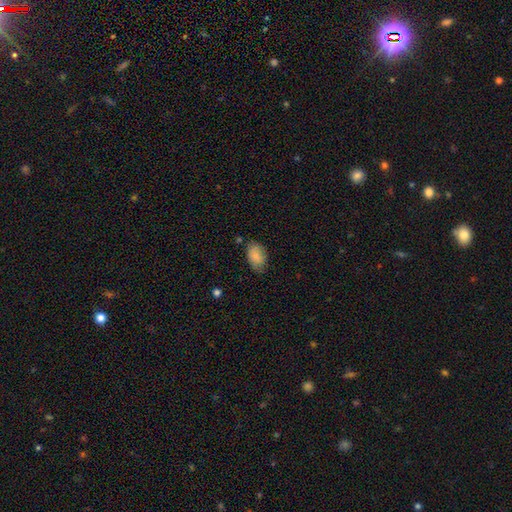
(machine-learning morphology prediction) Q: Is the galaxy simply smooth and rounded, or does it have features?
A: smooth — 84%.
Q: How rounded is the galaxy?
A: in between — 88%.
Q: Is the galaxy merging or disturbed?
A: none — 67%.